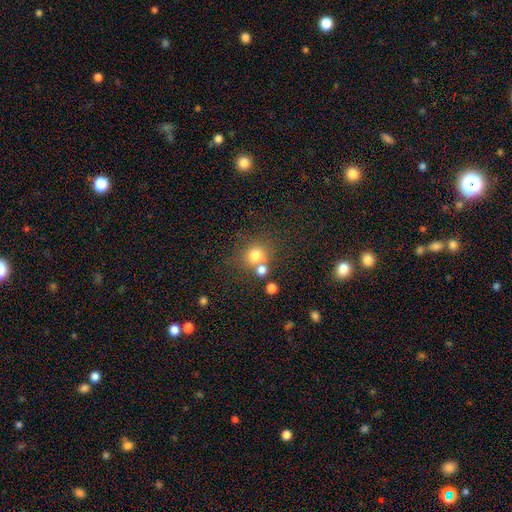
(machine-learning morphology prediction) A smooth galaxy with no disk features (76%) that is round (84%). Merging: none (58%).